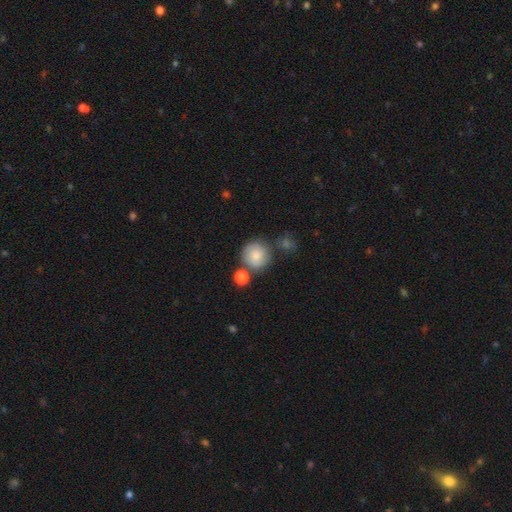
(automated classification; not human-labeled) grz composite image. It shows a smooth galaxy with no disk features (81%) that is round (92%). Merging: none (67%).